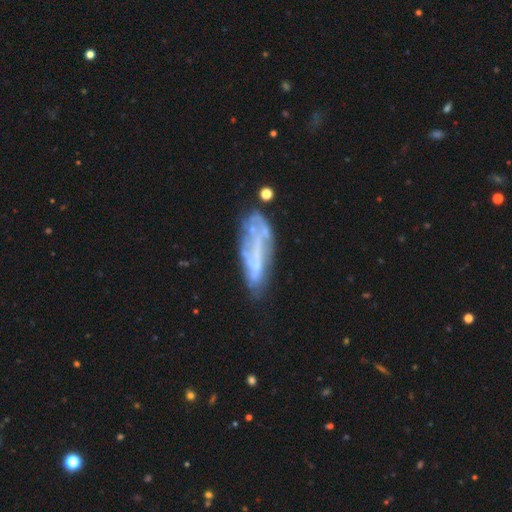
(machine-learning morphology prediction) A featured or disk galaxy (60%).

Vote fractions:
- Smooth or featured? featured or disk: 60% / smooth: 30% / star or artifact: 10%
- Edge-on disk? no: 80% / yes: 20%
- Merging? none: 50% / minor disturbance: 25% / major disturbance: 17% / merger: 9%